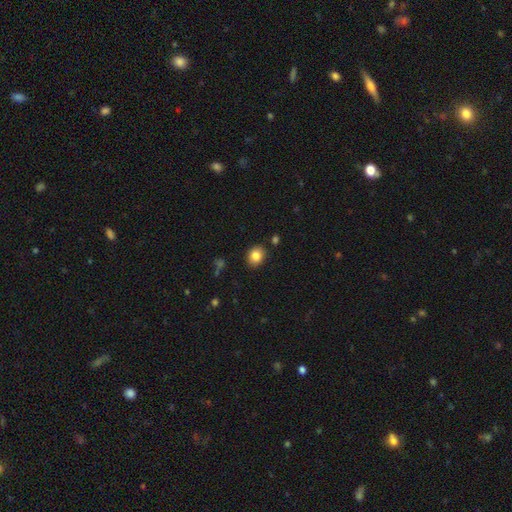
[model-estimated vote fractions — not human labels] Q: Smooth or featured?
A: smooth (84%); runner-up: star or artifact (9%)
Q: How rounded?
A: round (55%); runner-up: in between (44%)
Q: Merging?
A: none (86%); runner-up: minor disturbance (9%)